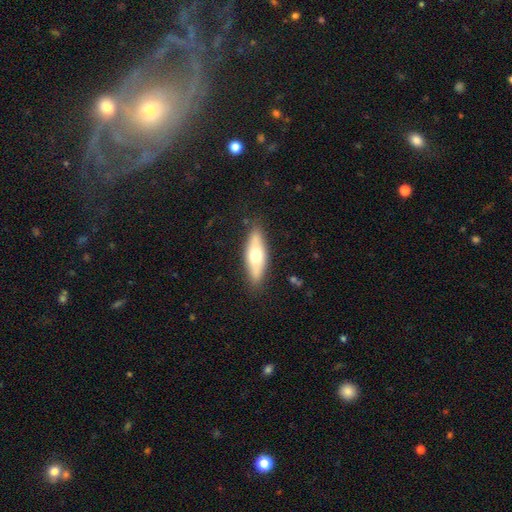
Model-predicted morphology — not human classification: A smooth galaxy with no disk features (57%) that is in between round and cigar-shaped (57%).

Vote fractions:
- Smooth or featured? smooth: 57% / featured or disk: 37% / star or artifact: 6%
- How rounded? in between: 57% / cigar-shaped: 40% / round: 3%
- Merging? none: 84% / minor disturbance: 12% / major disturbance: 3% / merger: 1%